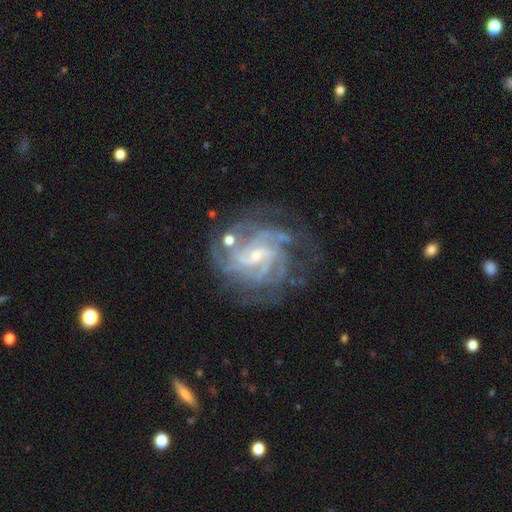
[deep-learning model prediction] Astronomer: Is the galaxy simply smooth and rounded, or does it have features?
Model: featured or disk — 89%.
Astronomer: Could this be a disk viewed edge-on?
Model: no — 98%.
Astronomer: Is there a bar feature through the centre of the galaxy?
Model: weak — 50% (runner-up: no, 36%).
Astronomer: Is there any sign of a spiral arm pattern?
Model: yes — 97%.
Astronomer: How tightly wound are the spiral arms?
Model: tight — 60%.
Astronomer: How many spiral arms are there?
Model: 4 — 29% (runner-up: can't tell, 24%).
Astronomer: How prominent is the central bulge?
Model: small — 64%.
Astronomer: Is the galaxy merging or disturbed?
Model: none — 68%.